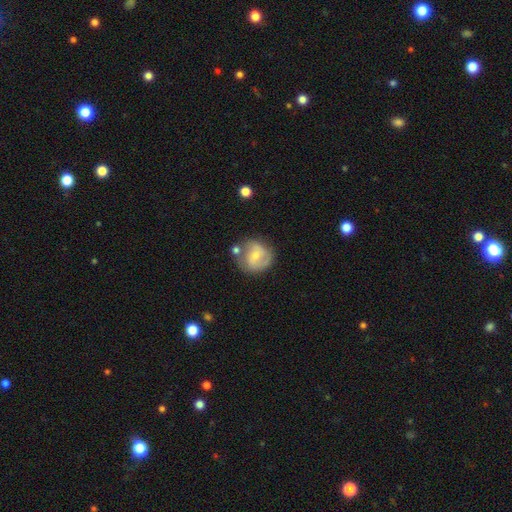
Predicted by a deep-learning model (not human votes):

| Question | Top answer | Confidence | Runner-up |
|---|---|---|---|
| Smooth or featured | featured or disk | 56% | smooth (37%) |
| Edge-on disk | no | 97% | yes (3%) |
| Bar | no | 48% | weak (40%) |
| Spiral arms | yes | 80% | no (20%) |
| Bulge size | small | 61% | moderate (33%) |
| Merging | none | 61% | minor disturbance (20%) |